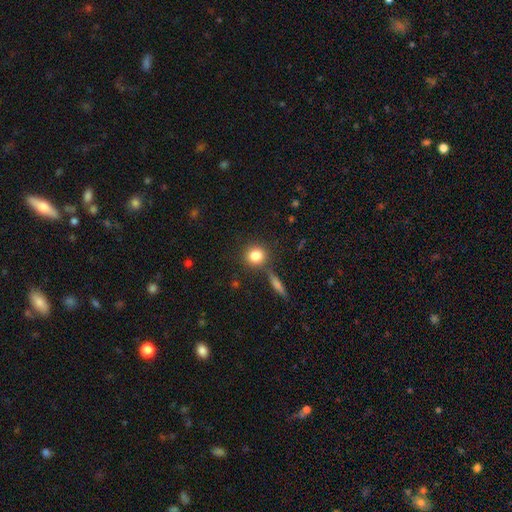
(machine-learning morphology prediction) This appears to be a smooth galaxy with no disk features (83%) that is round (86%). Merging: none (78%).